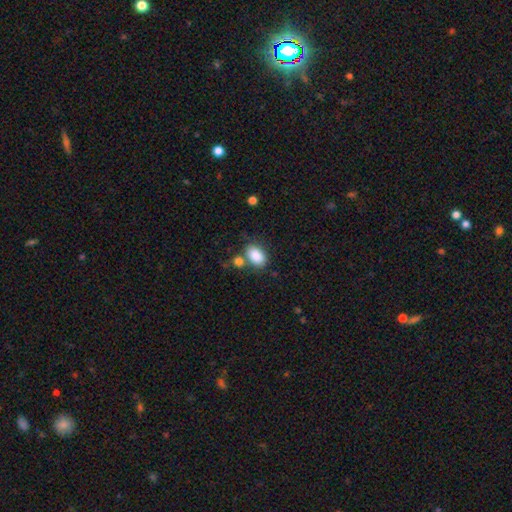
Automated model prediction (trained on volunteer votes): Smooth or featured: smooth — 88% (star or artifact — 8%)
How rounded: in between — 87% (round — 12%)
Merging: none — 64% (merger — 17%)